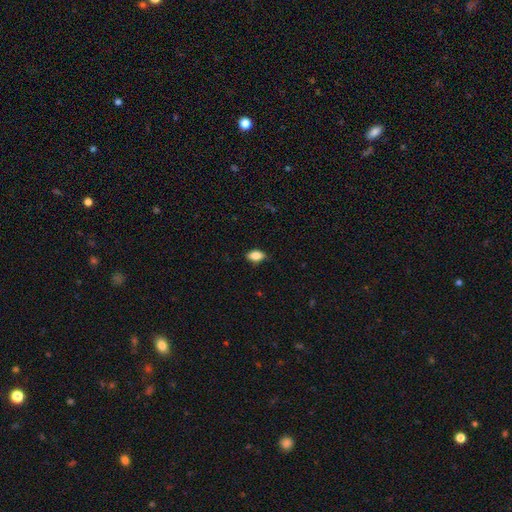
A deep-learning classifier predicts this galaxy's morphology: The model was most divided on "merging": none: 82%, minor disturbance: 15%, major disturbance: 2%, merger: 1%. More confident: how rounded — in between (89%); smooth or featured — smooth (85%).